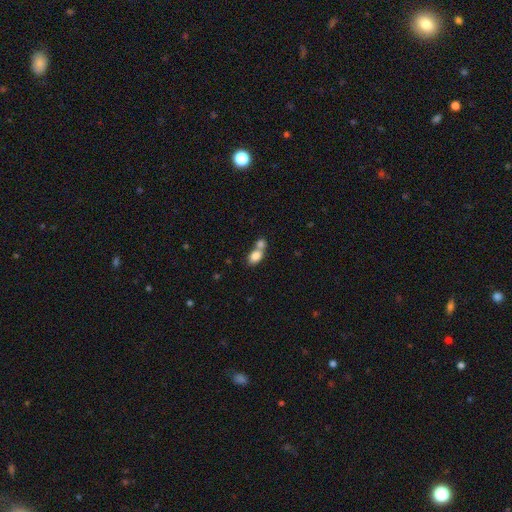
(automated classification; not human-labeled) smooth_or_featured: smooth (p=0.81) [alt: featured or disk p=0.11]
how_rounded: in between (p=0.78) [alt: round p=0.20]
merging: merger (p=0.62) [alt: none p=0.28]